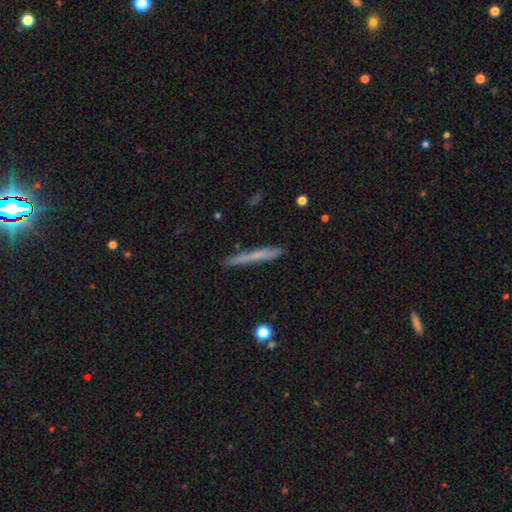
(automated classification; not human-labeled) smooth-or-featured: smooth: 56% | featured or disk: 36% | star or artifact: 8%
  how-rounded: cigar-shaped: 95% | in between: 3% | round: 2%
  merging: none: 84% | minor disturbance: 11% | major disturbance: 2% | merger: 2%